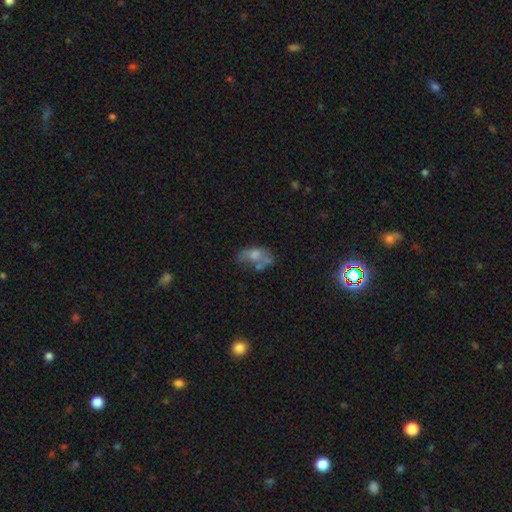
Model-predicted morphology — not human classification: smooth-or-featured: smooth: 49% | featured or disk: 39% | star or artifact: 12%
  merging: none: 33% | major disturbance: 23% | minor disturbance: 23% | merger: 21%